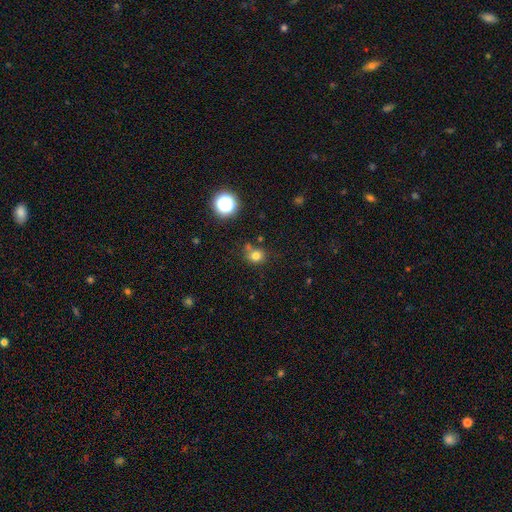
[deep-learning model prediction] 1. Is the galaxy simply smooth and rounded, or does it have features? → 76% smooth, 16% star or artifact, 8% featured or disk.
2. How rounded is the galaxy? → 79% round, 20% in between, 1% cigar-shaped.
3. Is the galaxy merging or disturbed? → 64% none, 17% minor disturbance, 13% merger, 6% major disturbance.